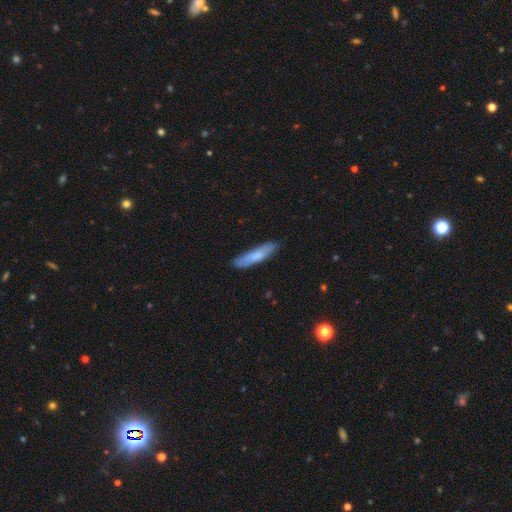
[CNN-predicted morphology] This is likely a smooth galaxy (75%). How rounded: clearly cigar-shaped (81%). Merging: clearly none (82%).